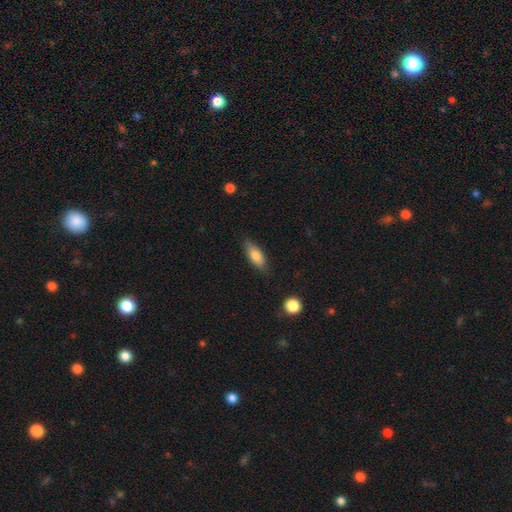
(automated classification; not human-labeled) A smooth galaxy with no disk features (77%) that is in between round and cigar-shaped (73%).

Vote fractions:
- Smooth or featured? smooth: 77% / featured or disk: 16% / star or artifact: 7%
- How rounded? in between: 73% / cigar-shaped: 25% / round: 3%
- Merging? none: 79% / minor disturbance: 17% / major disturbance: 3% / merger: 1%